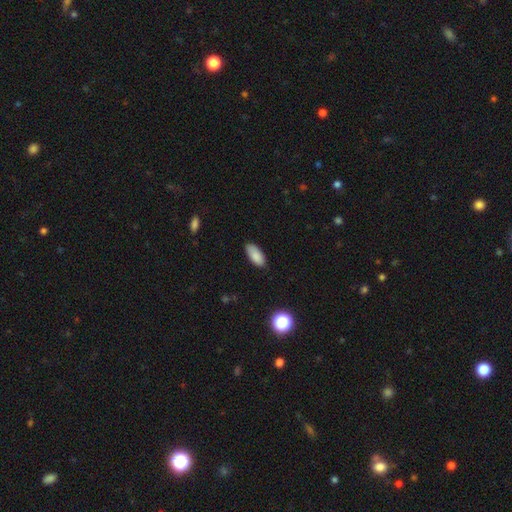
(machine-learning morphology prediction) Smooth or featured? Predicted: smooth (p=0.87). How rounded? Predicted: in between (p=0.88). Merging? Predicted: none (p=0.83).